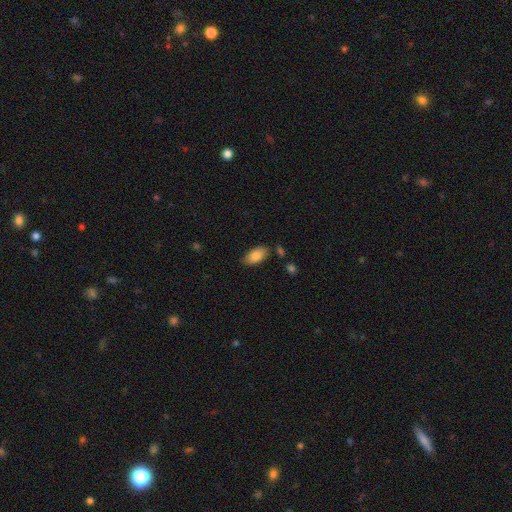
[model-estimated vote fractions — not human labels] This appears to be a smooth galaxy with no disk features (84%) that is in between round and cigar-shaped (93%). Merging: none (80%).